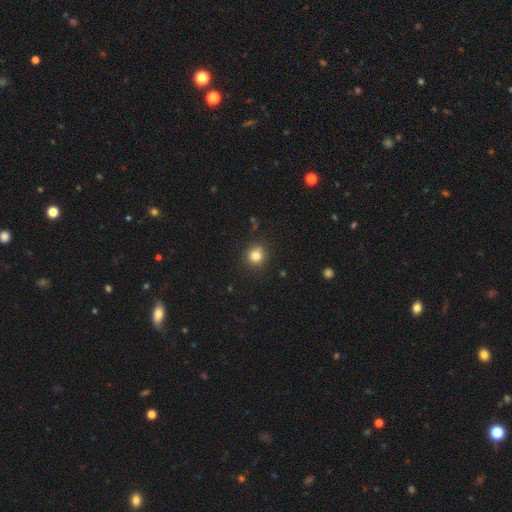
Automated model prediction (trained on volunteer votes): smooth 80%, star or artifact 13%, featured or disk 6%. Down the decision tree: how rounded — round (90%); merging — none (85%).